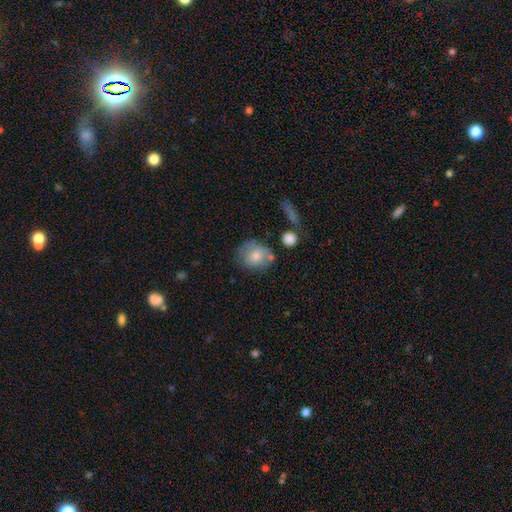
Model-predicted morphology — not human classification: A smooth galaxy with no disk features (73%) that is round (68%).

Vote fractions:
- Smooth or featured? smooth: 73% / featured or disk: 20% / star or artifact: 8%
- How rounded? round: 68% / in between: 31% / cigar-shaped: 1%
- Merging? none: 51% / minor disturbance: 26% / merger: 12% / major disturbance: 11%